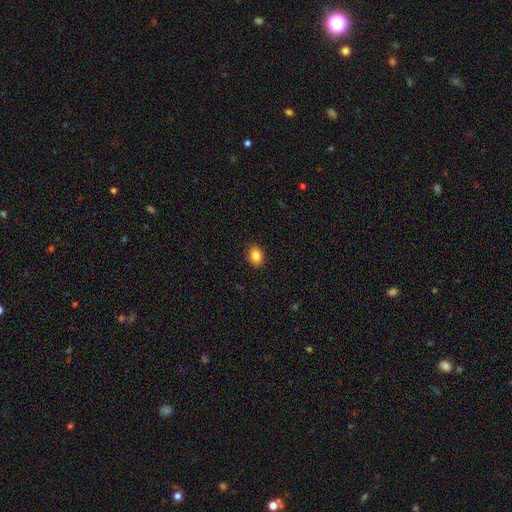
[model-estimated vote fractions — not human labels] smooth_or_featured: smooth (p=0.85) [alt: star or artifact p=0.09]
how_rounded: in between (p=0.73) [alt: round p=0.25]
merging: none (p=0.89) [alt: minor disturbance p=0.08]